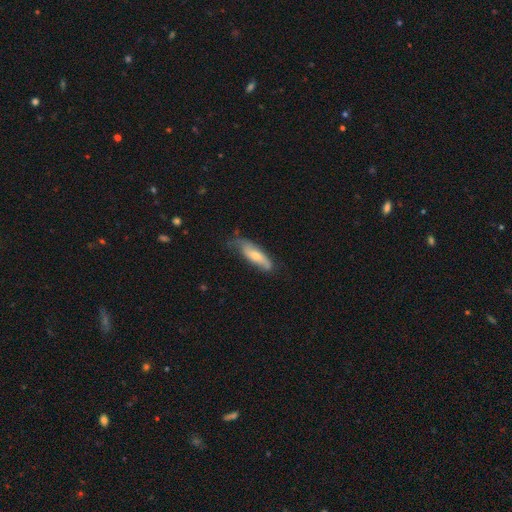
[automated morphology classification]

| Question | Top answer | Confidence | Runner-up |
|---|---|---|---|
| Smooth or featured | smooth | 64% | featured or disk (30%) |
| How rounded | cigar-shaped | 50% | in between (49%) |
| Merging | none | 60% | minor disturbance (31%) |